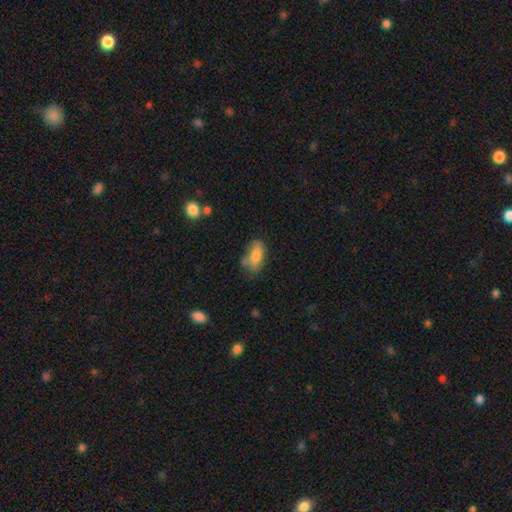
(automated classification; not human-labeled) Smooth or featured?
  - smooth: 74% *
  - featured or disk: 18%
  - star or artifact: 8%
How rounded?
  - in between: 86% *
  - cigar-shaped: 10%
  - round: 4%
Merging?
  - none: 55% *
  - minor disturbance: 29%
  - major disturbance: 10%
  - merger: 7%